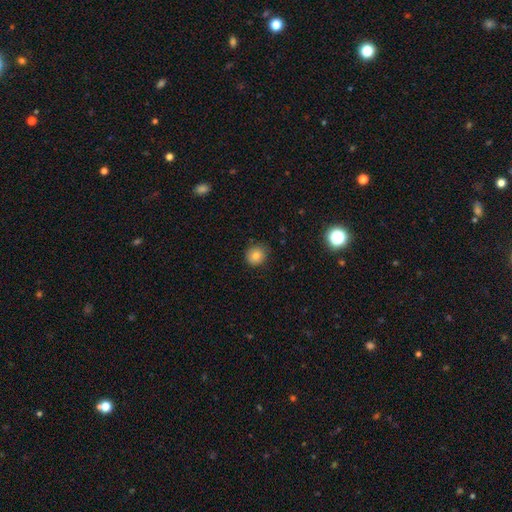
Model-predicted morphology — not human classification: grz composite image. It shows a smooth galaxy with no disk features (82%) that is round (88%). Merging: none (83%).